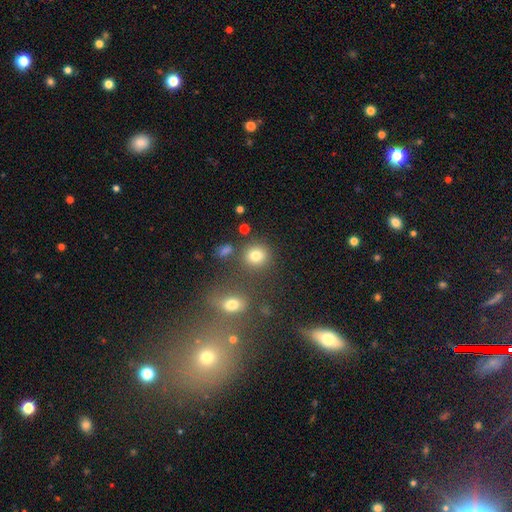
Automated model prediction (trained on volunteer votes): smooth_or_featured: smooth (p=0.78) [alt: star or artifact p=0.15]
how_rounded: round (p=0.85) [alt: in between p=0.14]
merging: none (p=0.77) [alt: minor disturbance p=0.09]